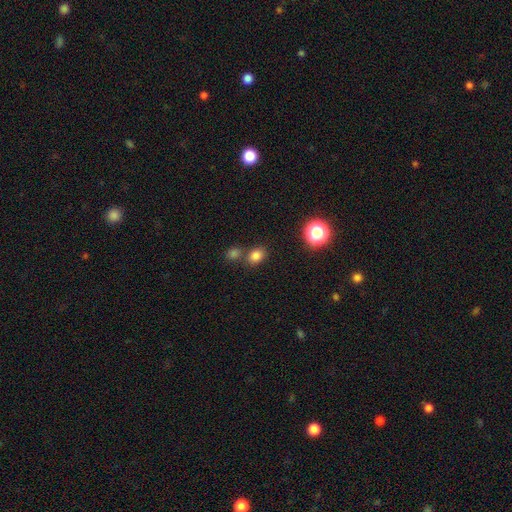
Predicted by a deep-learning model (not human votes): smooth_or_featured: smooth (p=0.79) [alt: star or artifact p=0.15]
how_rounded: in between (p=0.53) [alt: round p=0.46]
merging: none (p=0.66) [alt: merger p=0.21]